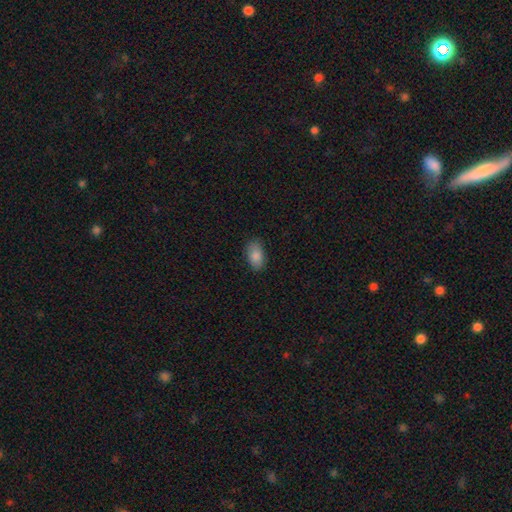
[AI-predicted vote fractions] A smooth galaxy with no disk features (86%) that is in between round and cigar-shaped (92%).

Vote fractions:
- Smooth or featured? smooth: 86% / star or artifact: 8% / featured or disk: 6%
- How rounded? in between: 92% / round: 6% / cigar-shaped: 2%
- Merging? none: 84% / minor disturbance: 12% / major disturbance: 3% / merger: 1%